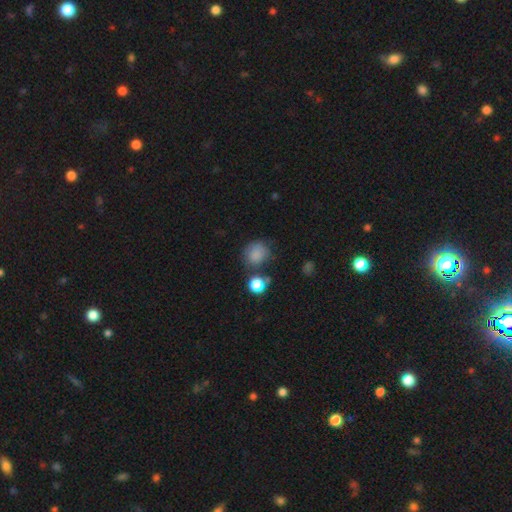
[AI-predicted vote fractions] This appears to be a smooth galaxy with no disk features (80%) that is round (79%). Merging: none (63%).